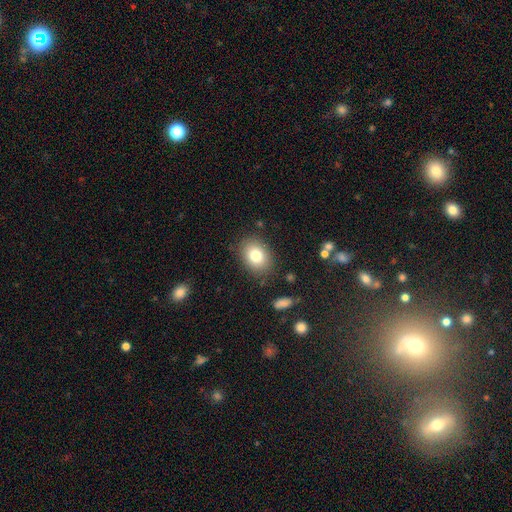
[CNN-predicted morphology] Smooth or featured? smooth (80%)
How rounded? in between (63%)
Merging? none (84%)